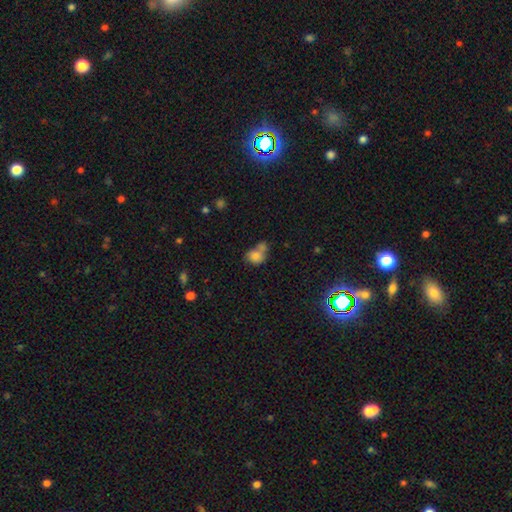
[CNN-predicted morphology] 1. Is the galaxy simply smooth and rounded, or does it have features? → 77% smooth, 12% featured or disk, 11% star or artifact.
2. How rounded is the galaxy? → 60% round, 39% in between, 1% cigar-shaped.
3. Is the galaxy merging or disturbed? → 46% merger, 31% none, 15% minor disturbance, 8% major disturbance.